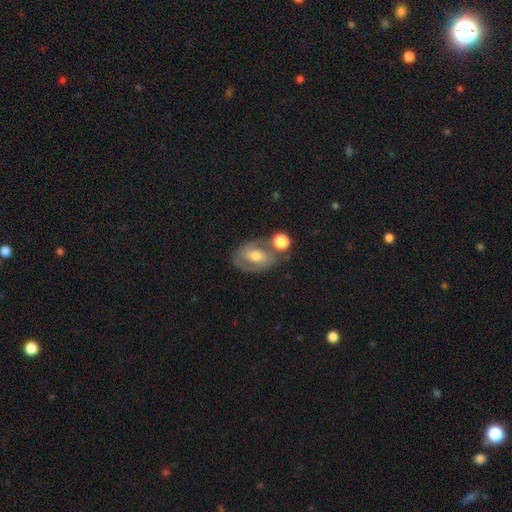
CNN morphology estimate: Smooth or featured?
  - featured or disk: 70% *
  - smooth: 22%
  - star or artifact: 8%
Edge-on disk?
  - no: 96% *
  - yes: 4%
Bar?
  - weak: 42% *
  - no: 34%
  - strong: 24%
Spiral arms?
  - yes: 78% *
  - no: 22%
Spiral winding?
  - medium: 46% *
  - tight: 38%
  - loose: 16%
Spiral arm count?
  - 2: 78% *
  - can't tell: 12%
  - 1: 5%
  - 3: 2%
  - 4: 1%
  - more than 4: 1%
Bulge size?
  - moderate: 67% *
  - small: 26%
  - large: 5%
  - none: 1%
  - dominant: 1%
Merging?
  - none: 60% *
  - minor disturbance: 16%
  - merger: 16%
  - major disturbance: 7%